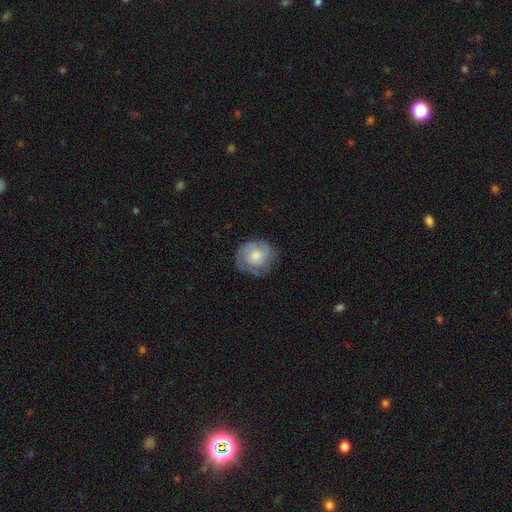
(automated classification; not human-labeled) Overall: featured or disk (52%; smooth 41%). Edge-on disk: no (97%). Bar: no (81%). Spiral arms: yes (80%). Bulge size: moderate (48%; small 32%). Merging: none (68%).